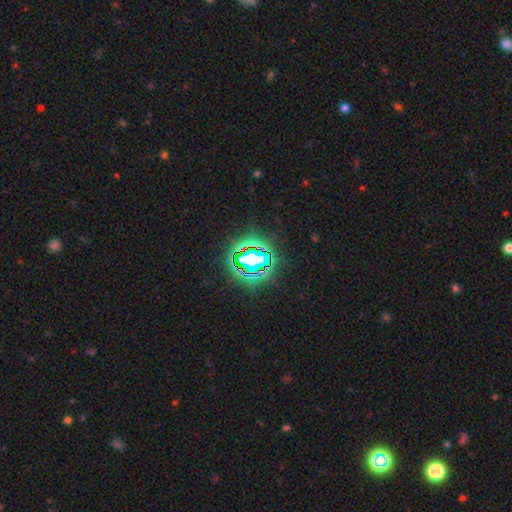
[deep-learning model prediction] Smooth or featured: star or artifact — 74% (smooth — 15%)